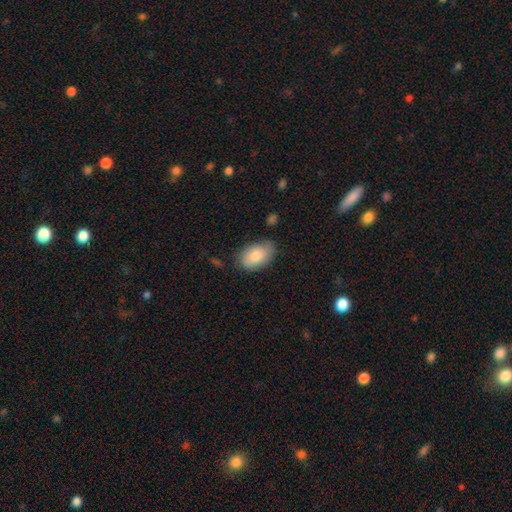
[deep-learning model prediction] smooth_or_featured: smooth (p=0.81) [alt: featured or disk p=0.13]
how_rounded: in between (p=0.92) [alt: round p=0.07]
merging: none (p=0.70) [alt: minor disturbance p=0.23]